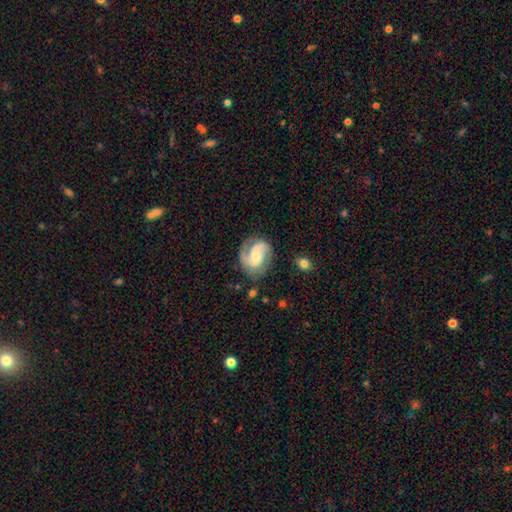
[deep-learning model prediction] Smooth or featured? Predicted: featured or disk (p=0.80). Edge-on disk? Predicted: no (p=0.98). Bar? Predicted: no (p=0.49). Spiral arms? Predicted: yes (p=0.95). Spiral winding? Predicted: medium (p=0.49). Spiral arm count? Predicted: 2 (p=0.76). Bulge size? Predicted: small (p=0.51). Merging? Predicted: none (p=0.67).